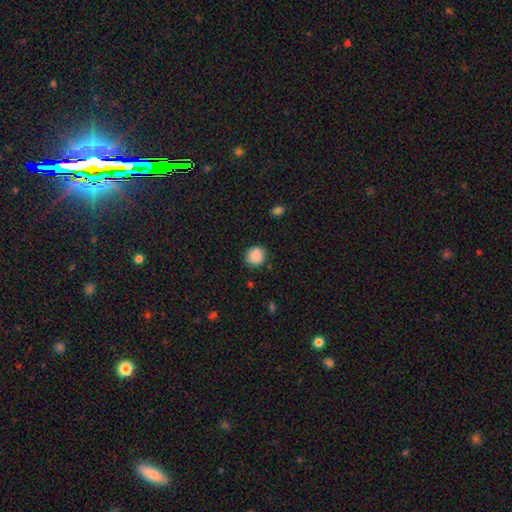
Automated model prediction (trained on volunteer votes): This appears to be a smooth galaxy with no disk features (87%) that is round (87%). Merging: none (86%).